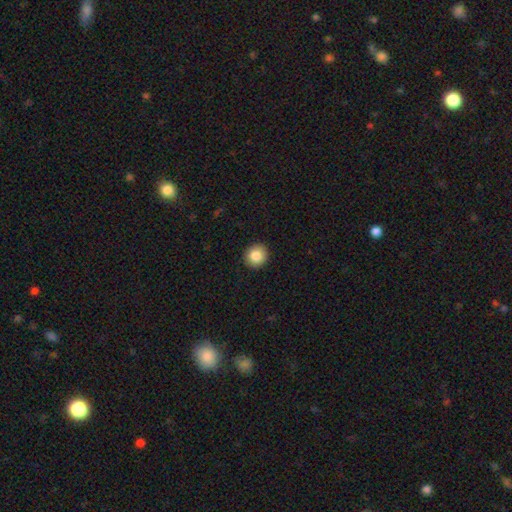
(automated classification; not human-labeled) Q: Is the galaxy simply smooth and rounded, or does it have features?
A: smooth — 85%.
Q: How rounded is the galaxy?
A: round — 88%.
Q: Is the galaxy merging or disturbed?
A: none — 92%.